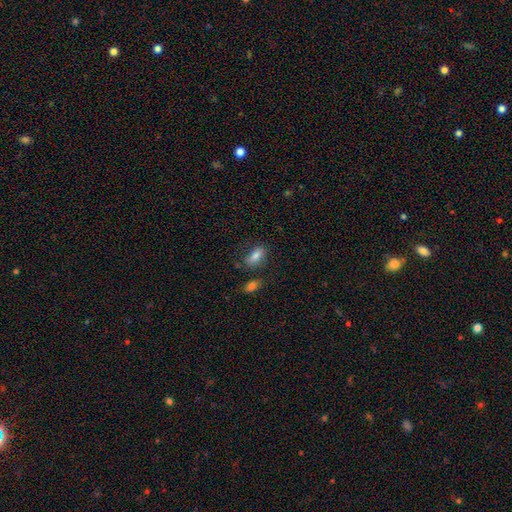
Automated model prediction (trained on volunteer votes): smooth-or-featured: smooth: 81% | featured or disk: 11% | star or artifact: 9%
  how-rounded: in between: 87% | cigar-shaped: 9% | round: 5%
  merging: none: 68% | minor disturbance: 18% | merger: 8% | major disturbance: 6%